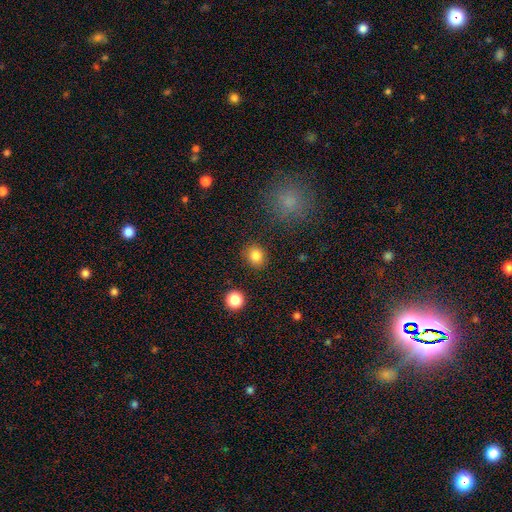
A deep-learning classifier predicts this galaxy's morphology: smooth_or_featured: smooth (p=0.84) [alt: star or artifact p=0.11]
how_rounded: round (p=0.69) [alt: in between p=0.31]
merging: none (p=0.88) [alt: minor disturbance p=0.08]